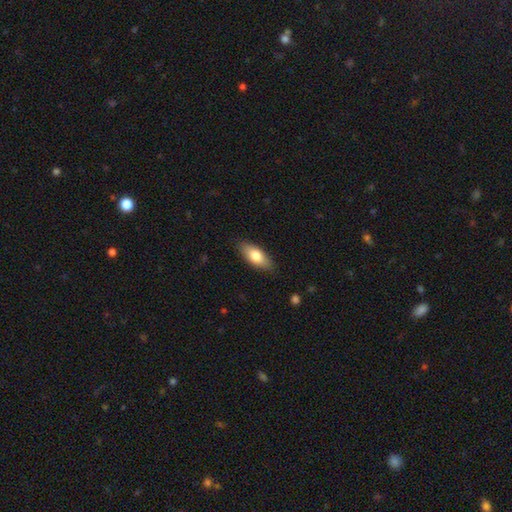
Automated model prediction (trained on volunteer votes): Smooth or featured? Predicted: smooth (p=0.76). How rounded? Predicted: in between (p=0.81). Merging? Predicted: none (p=0.87).